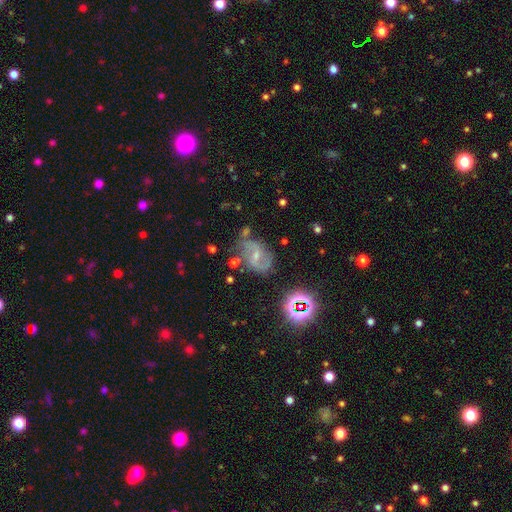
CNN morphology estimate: smooth-or-featured: featured or disk: 71% | star or artifact: 15% | smooth: 13%
  disk-edge-on: no: 97% | yes: 3%
    bar: weak: 49% | strong: 28% | no: 23%
    has-spiral-arms: yes: 90% | no: 10%
      spiral-winding: medium: 44% | loose: 40% | tight: 16%
      spiral-arm-count: 2: 84% | can't tell: 8% | 1: 3% | 3: 2% | 4: 1% | more than 4: 1%
    bulge-size: small: 60% | moderate: 33% | none: 5% | large: 2% | dominant: 1%
  merging: none: 62% | minor disturbance: 21% | major disturbance: 10% | merger: 7%